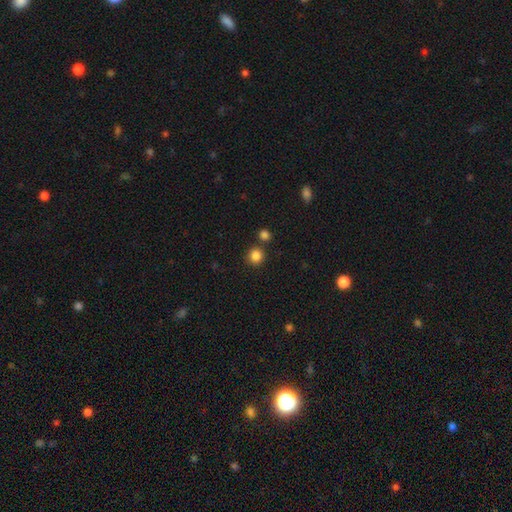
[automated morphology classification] type=smooth (85%); roundness=round (90%); merging=none (79%).